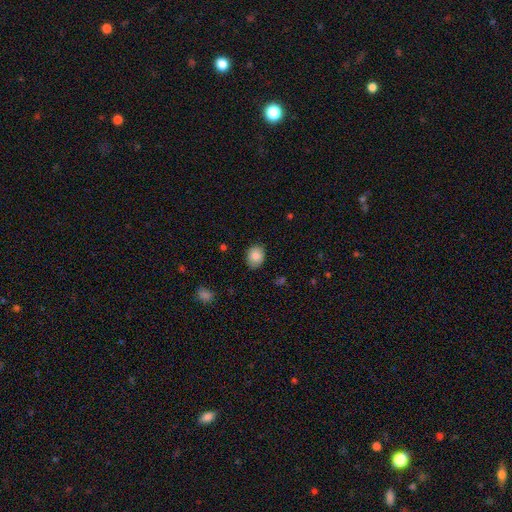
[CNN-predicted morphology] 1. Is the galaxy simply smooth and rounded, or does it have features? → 82% smooth, 10% featured or disk, 8% star or artifact.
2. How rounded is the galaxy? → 54% in between, 45% round, 1% cigar-shaped.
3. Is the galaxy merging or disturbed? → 82% none, 15% minor disturbance, 3% major disturbance, 1% merger.